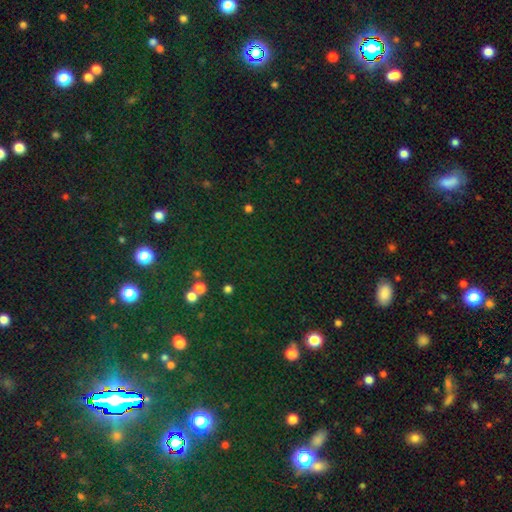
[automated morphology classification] A star or artifact, not a galaxy (74%).